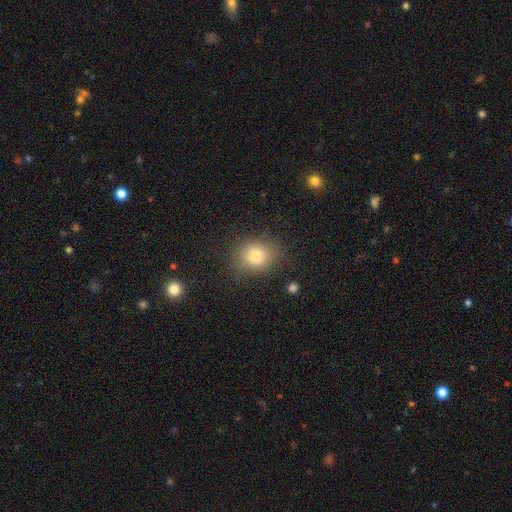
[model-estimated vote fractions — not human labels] Smooth or featured: smooth — 80% (star or artifact — 11%)
How rounded: round — 58% (in between — 41%)
Merging: none — 81% (minor disturbance — 13%)